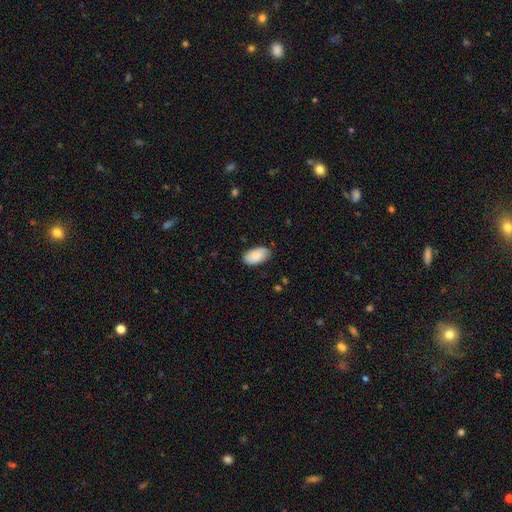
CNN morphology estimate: A smooth galaxy with no disk features (80%) that is in between round and cigar-shaped (95%).

Vote fractions:
- Smooth or featured? smooth: 80% / featured or disk: 14% / star or artifact: 6%
- How rounded? in between: 95% / round: 3% / cigar-shaped: 2%
- Merging? none: 79% / minor disturbance: 17% / major disturbance: 3% / merger: 1%